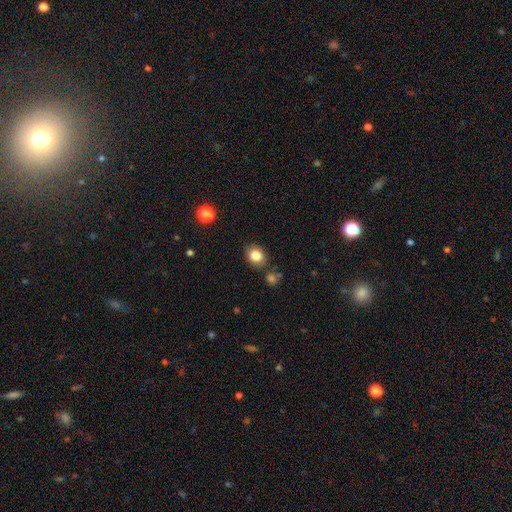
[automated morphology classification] type=smooth (84%); roundness=round (51%); merging=none (79%).